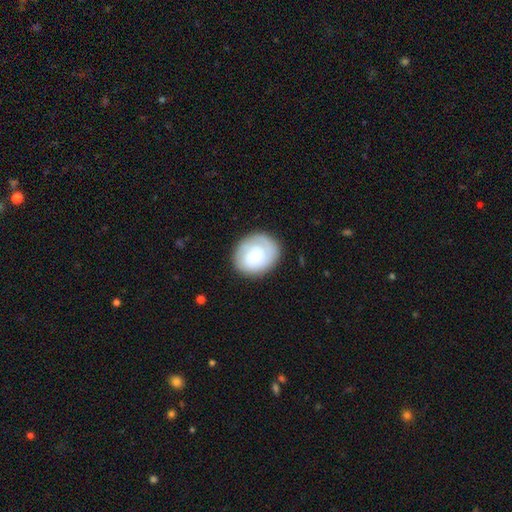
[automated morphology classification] A smooth galaxy with no disk features (58%) that is round (65%).

Vote fractions:
- Smooth or featured? smooth: 58% / featured or disk: 36% / star or artifact: 7%
- How rounded? round: 65% / in between: 35% / cigar-shaped: 1%
- Merging? none: 75% / minor disturbance: 16% / major disturbance: 7% / merger: 2%